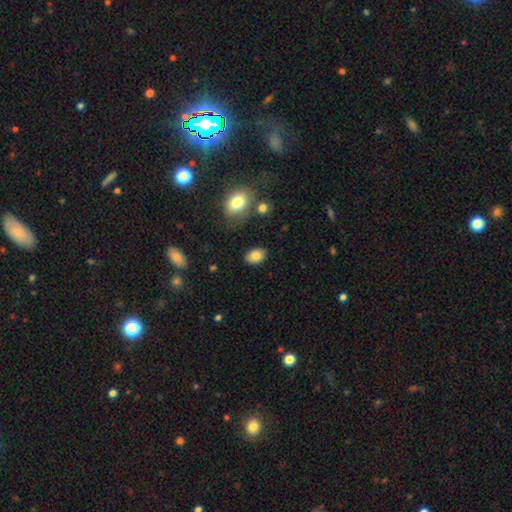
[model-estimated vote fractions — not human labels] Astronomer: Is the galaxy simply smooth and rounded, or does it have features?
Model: smooth — 83%.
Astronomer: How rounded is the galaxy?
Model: in between — 80%.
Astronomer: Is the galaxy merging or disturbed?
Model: none — 84%.